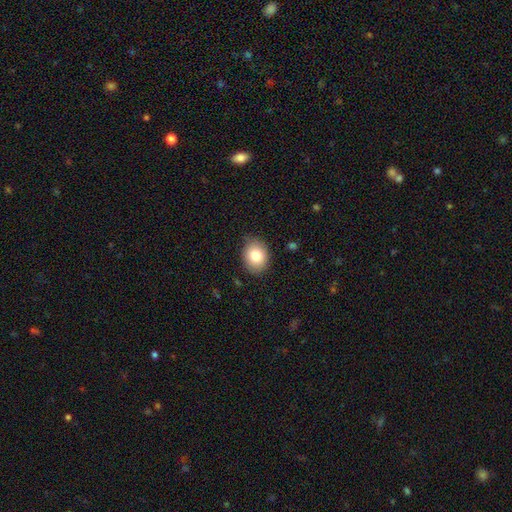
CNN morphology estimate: Overall: smooth (82%). How rounded: round (51%; in between 48%). Merging: none (83%).